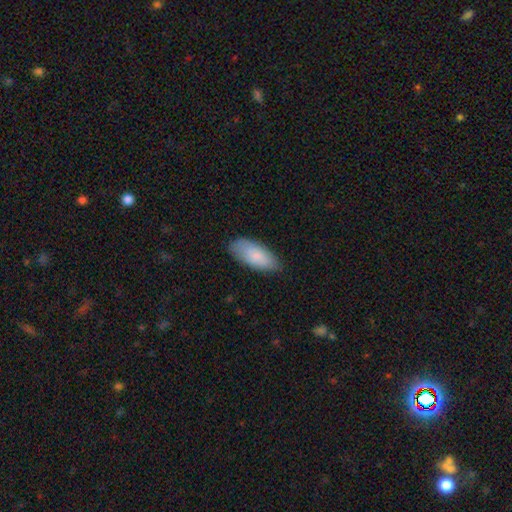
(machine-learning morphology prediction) Smooth or featured: smooth — 80% (featured or disk — 14%)
How rounded: in between — 88% (cigar-shaped — 10%)
Merging: none — 79% (minor disturbance — 17%)